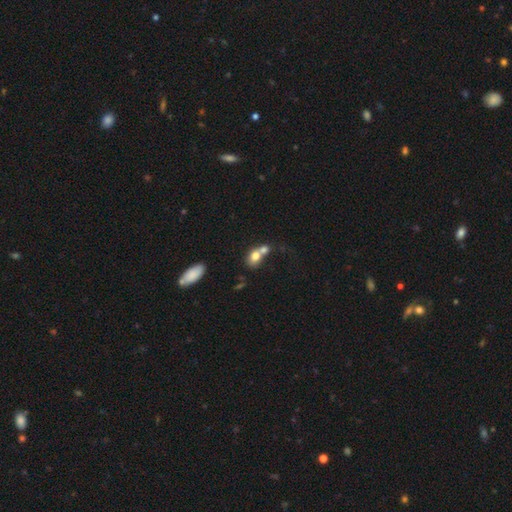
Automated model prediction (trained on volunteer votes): Smooth or featured: smooth — 74% (featured or disk — 16%)
How rounded: in between — 55% (round — 43%)
Merging: merger — 62% (none — 26%)